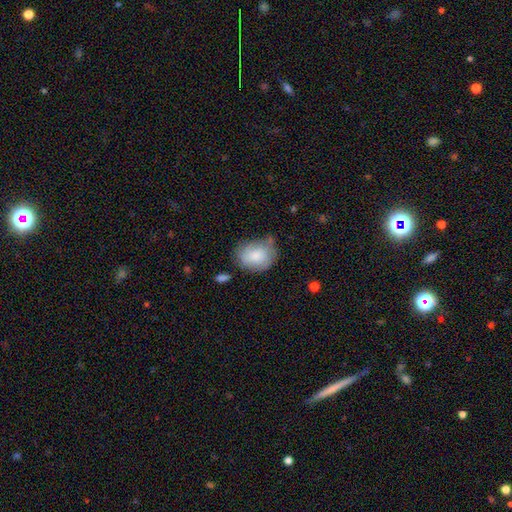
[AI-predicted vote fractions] Smooth or featured: smooth — 81% (featured or disk — 12%)
How rounded: in between — 59% (round — 40%)
Merging: none — 53% (minor disturbance — 31%)